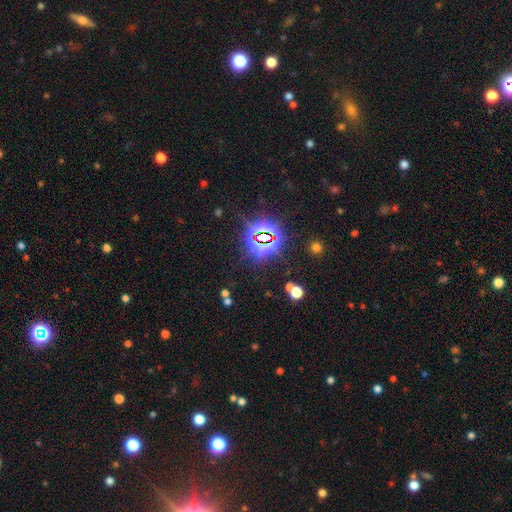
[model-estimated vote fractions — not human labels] smooth_or_featured: star or artifact (p=0.82) [alt: smooth p=0.11]